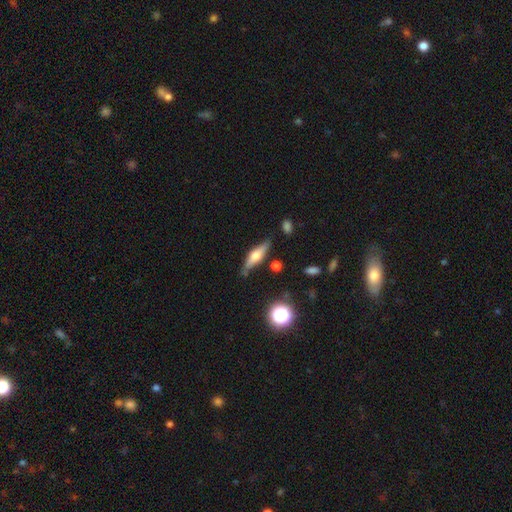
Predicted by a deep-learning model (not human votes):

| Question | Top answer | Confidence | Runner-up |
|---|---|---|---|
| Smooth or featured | featured or disk | 54% | smooth (38%) |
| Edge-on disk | yes | 91% | no (9%) |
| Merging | none | 77% | minor disturbance (16%) |